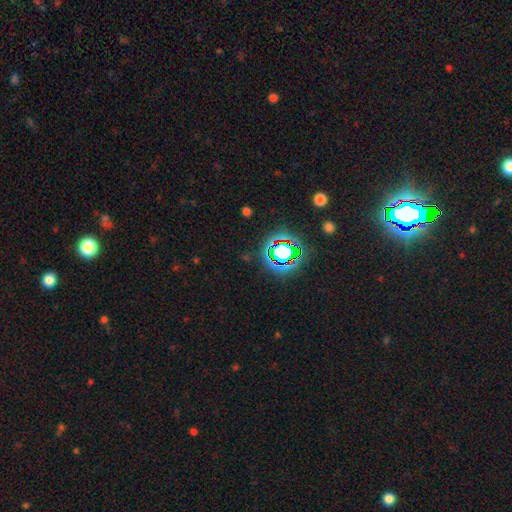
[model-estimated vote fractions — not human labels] Morphology: type=star or artifact (78%).